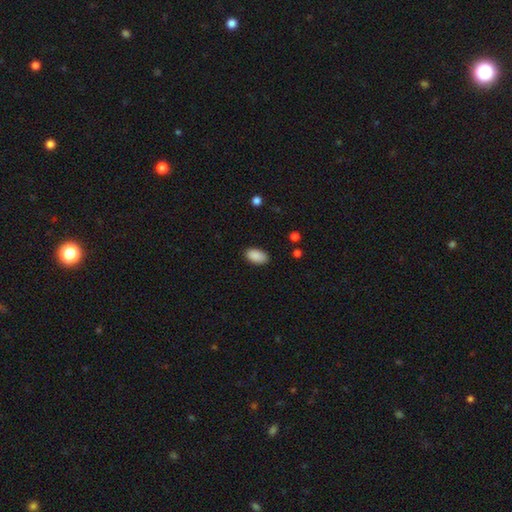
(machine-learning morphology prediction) Smooth or featured? Predicted: smooth (p=0.90). How rounded? Predicted: in between (p=0.94). Merging? Predicted: none (p=0.87).